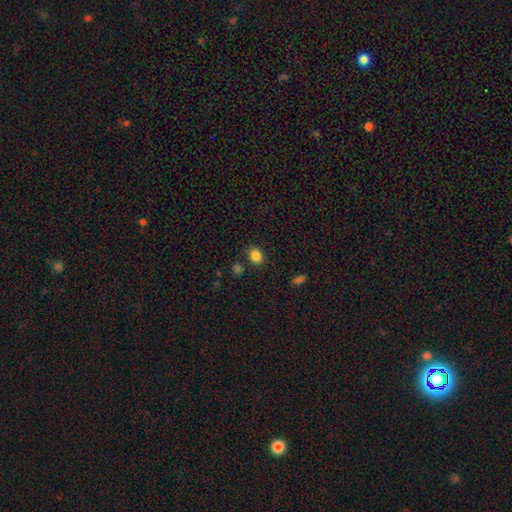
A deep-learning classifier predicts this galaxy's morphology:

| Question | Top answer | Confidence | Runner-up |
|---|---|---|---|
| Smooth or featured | smooth | 85% | star or artifact (11%) |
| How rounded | in between | 53% | round (46%) |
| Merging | none | 80% | minor disturbance (12%) |